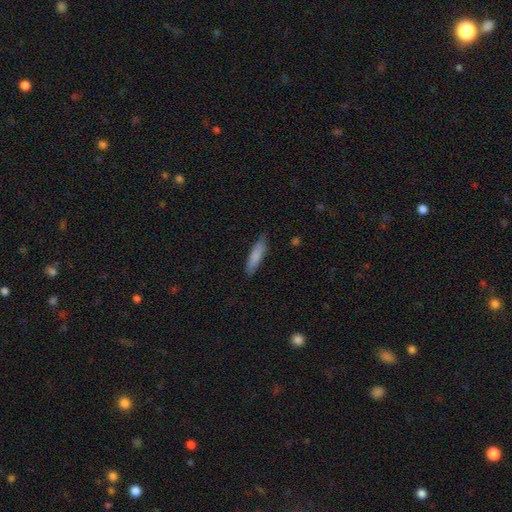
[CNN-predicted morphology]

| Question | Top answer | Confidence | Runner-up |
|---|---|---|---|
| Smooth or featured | smooth | 83% | featured or disk (12%) |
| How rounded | cigar-shaped | 69% | in between (29%) |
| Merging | none | 84% | minor disturbance (13%) |